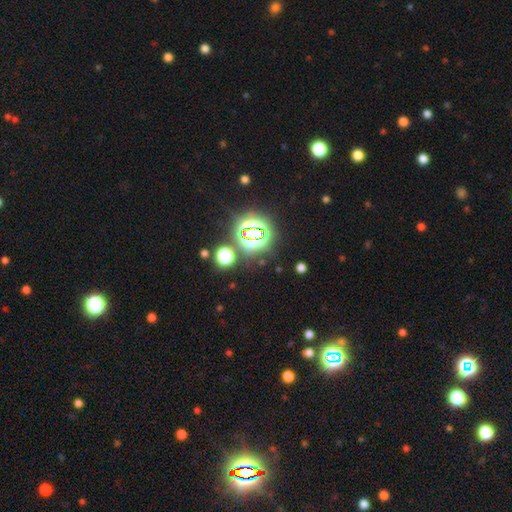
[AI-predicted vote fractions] star or artifact 80%, smooth 14%, featured or disk 7%.